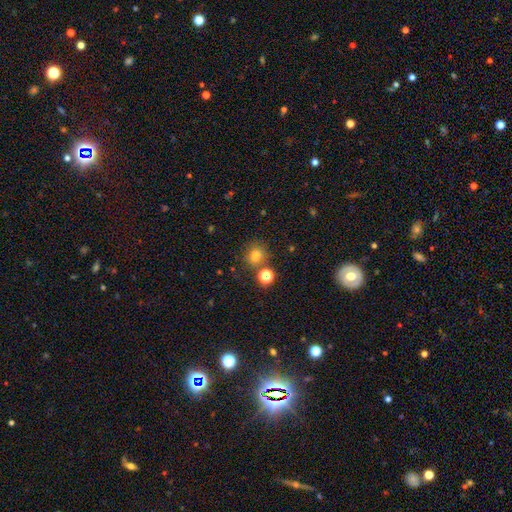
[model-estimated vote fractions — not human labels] A smooth galaxy with no disk features (76%) that is round (82%).

Vote fractions:
- Smooth or featured? smooth: 76% / star or artifact: 17% / featured or disk: 7%
- How rounded? round: 82% / in between: 17% / cigar-shaped: 1%
- Merging? none: 74% / merger: 13% / minor disturbance: 10% / major disturbance: 4%